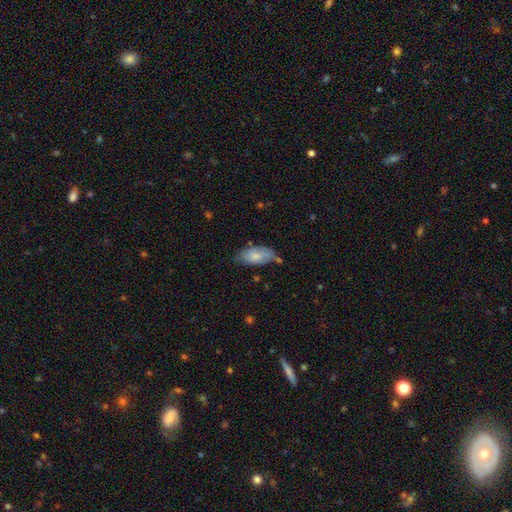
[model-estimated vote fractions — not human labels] Smooth or featured: smooth — 74% (featured or disk — 20%)
How rounded: in between — 91% (cigar-shaped — 6%)
Merging: none — 59% (minor disturbance — 29%)